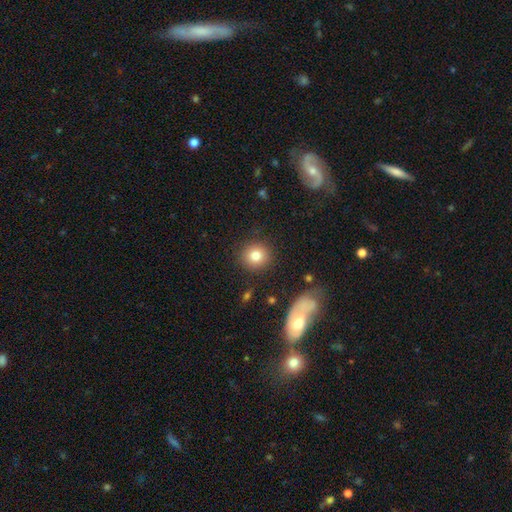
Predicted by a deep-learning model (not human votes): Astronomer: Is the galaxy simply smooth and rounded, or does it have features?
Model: smooth — 81%.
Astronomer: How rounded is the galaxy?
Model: round — 88%.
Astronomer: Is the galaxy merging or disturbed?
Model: none — 88%.